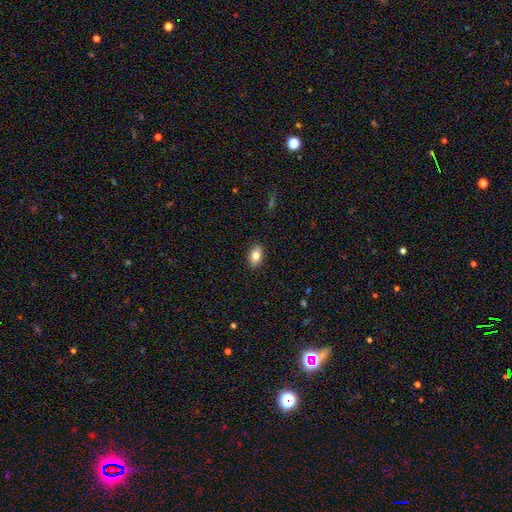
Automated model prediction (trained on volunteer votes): A smooth galaxy with no disk features (78%) that is in between round and cigar-shaped (88%). Merging: none (89%).